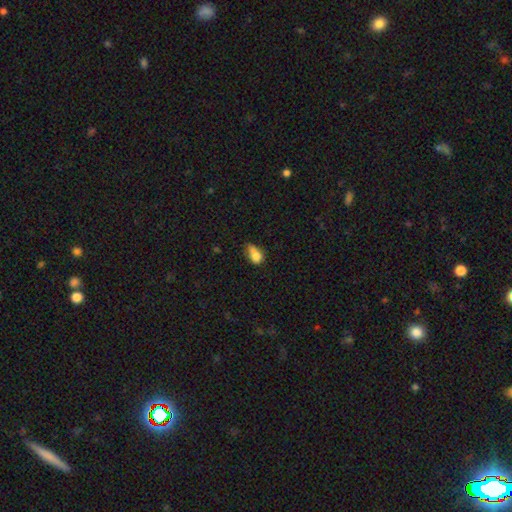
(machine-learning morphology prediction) Smooth or featured: smooth — 76% (featured or disk — 14%)
How rounded: in between — 64% (round — 33%)
Merging: minor disturbance — 33% (none — 28%)